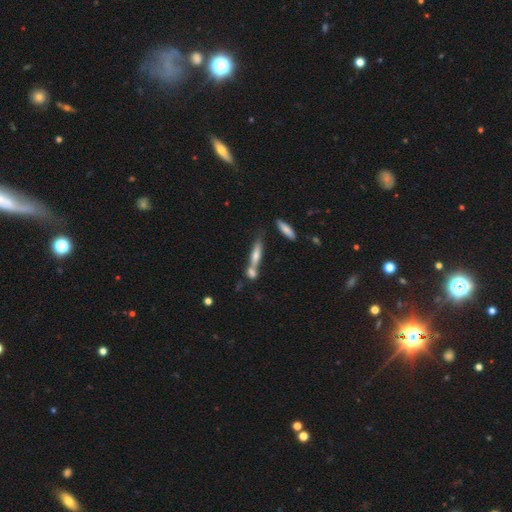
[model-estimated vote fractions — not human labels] smooth-or-featured: smooth: 46% | featured or disk: 43% | star or artifact: 11%
  merging: none: 49% | merger: 35% | minor disturbance: 11% | major disturbance: 5%